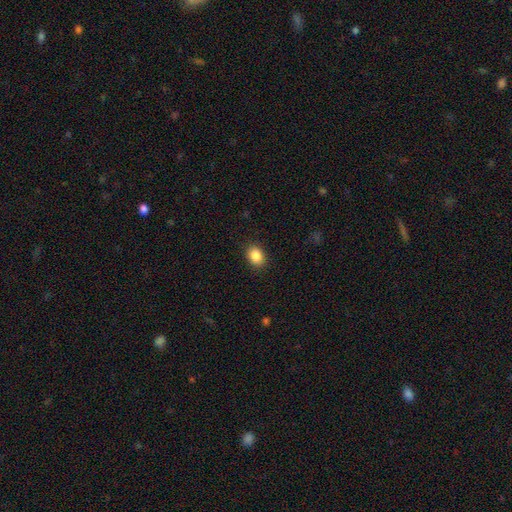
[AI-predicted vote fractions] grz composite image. It shows a smooth galaxy with no disk features (87%) that is in between round and cigar-shaped (65%). Merging: none (89%).